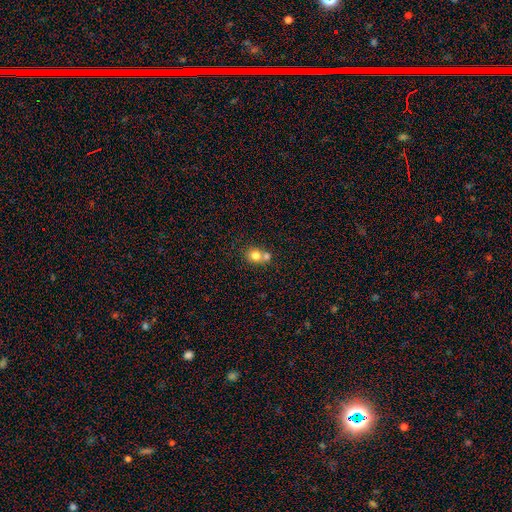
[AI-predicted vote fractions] smooth_or_featured: smooth (p=0.78) [alt: featured or disk p=0.12]
how_rounded: round (p=0.74) [alt: in between p=0.25]
merging: merger (p=0.52) [alt: none p=0.39]